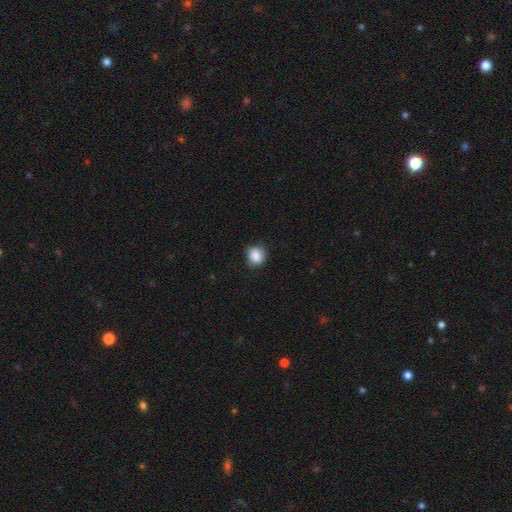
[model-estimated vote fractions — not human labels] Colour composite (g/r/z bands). It shows a smooth galaxy with no disk features (86%) that is round (78%). Merging: none (77%).